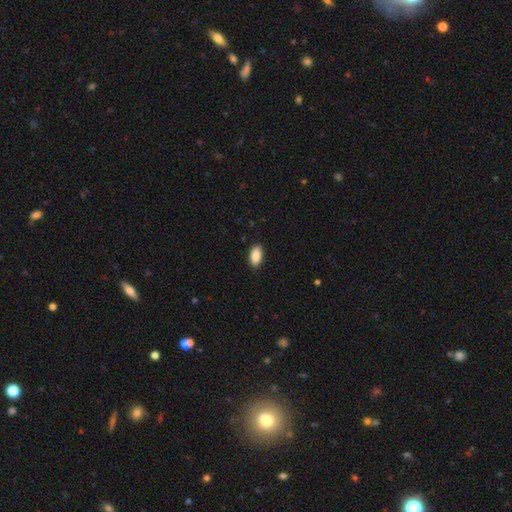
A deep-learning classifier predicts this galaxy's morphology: Smooth or featured: smooth — 88% (star or artifact — 7%)
How rounded: in between — 94% (round — 4%)
Merging: none — 89% (minor disturbance — 8%)